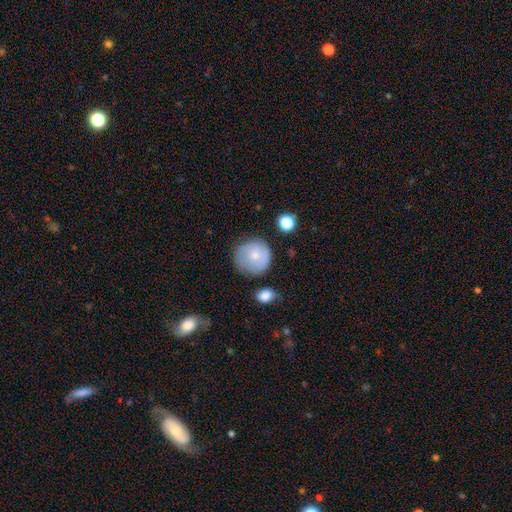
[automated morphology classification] smooth-or-featured: smooth: 63% | featured or disk: 30% | star or artifact: 7%
  how-rounded: round: 93% | in between: 6% | cigar-shaped: 1%
  merging: none: 75% | minor disturbance: 17% | major disturbance: 5% | merger: 3%